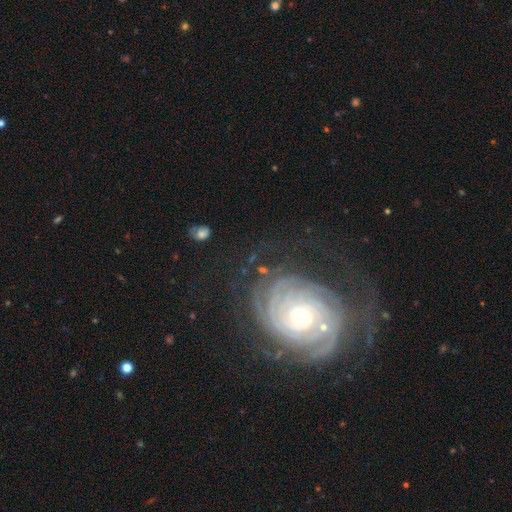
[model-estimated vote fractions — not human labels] A featured or disk galaxy (87%) with no bar (75%), tight (79%) spiral arms (97%) and a small central bulge (52%). Merging: none (69%).